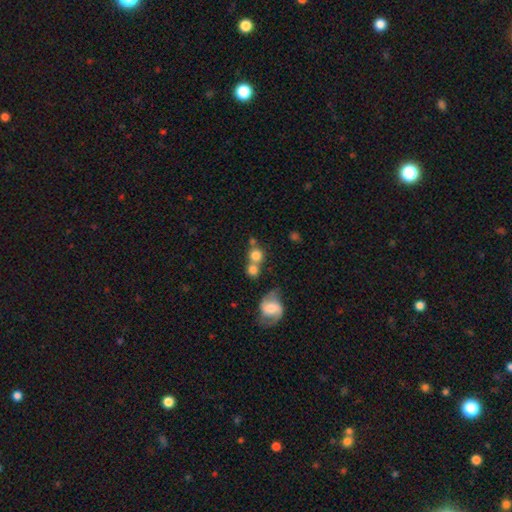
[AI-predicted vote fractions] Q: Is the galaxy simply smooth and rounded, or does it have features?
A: smooth — 75%.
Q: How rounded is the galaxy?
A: round — 87%.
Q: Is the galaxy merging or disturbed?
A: none — 44%.